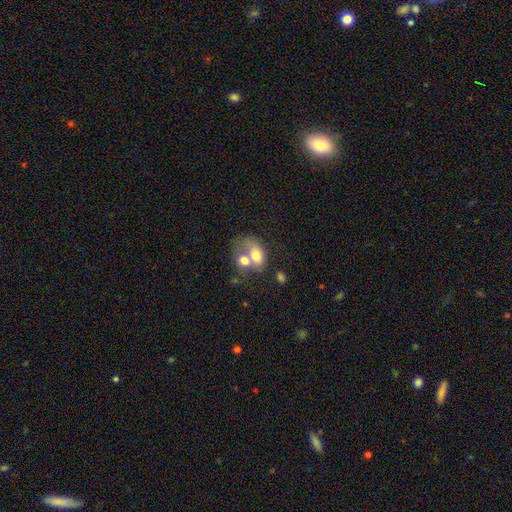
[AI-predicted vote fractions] Morphology: type=smooth (66%); roundness=in between (73%); merging=merger (68%).